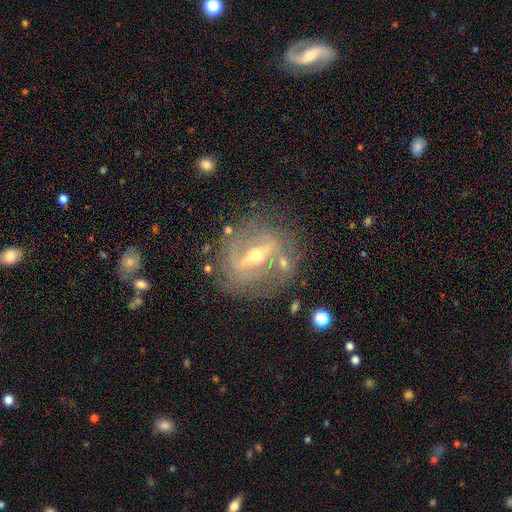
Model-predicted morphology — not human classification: Overall: featured or disk (85%). Edge-on disk: no (88%). Bar: strong (69%). Spiral arms: yes (78%). Spiral arm count: 2 (55%; can't tell 26%). Spiral winding: tight (51%; medium 35%). Bulge size: moderate (51%; small 45%). Merging: none (71%).